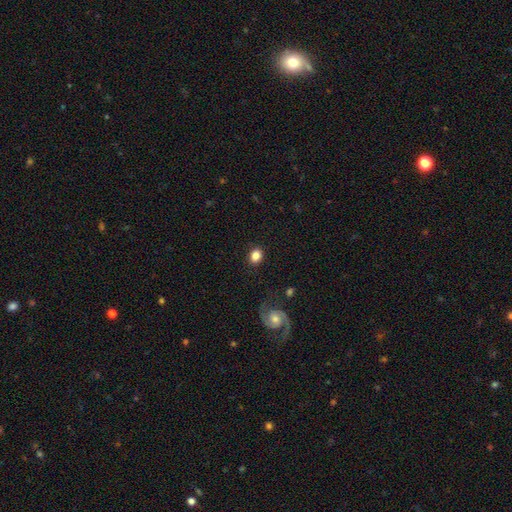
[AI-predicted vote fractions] Overall: smooth (83%). How rounded: in between (54%; round 45%). Merging: none (86%).